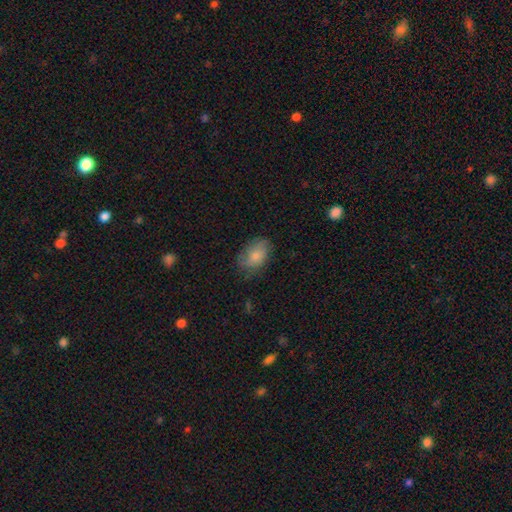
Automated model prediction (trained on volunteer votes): smooth_or_featured: smooth (p=0.78) [alt: featured or disk p=0.15]
how_rounded: in between (p=0.87) [alt: round p=0.12]
merging: none (p=0.67) [alt: minor disturbance p=0.25]